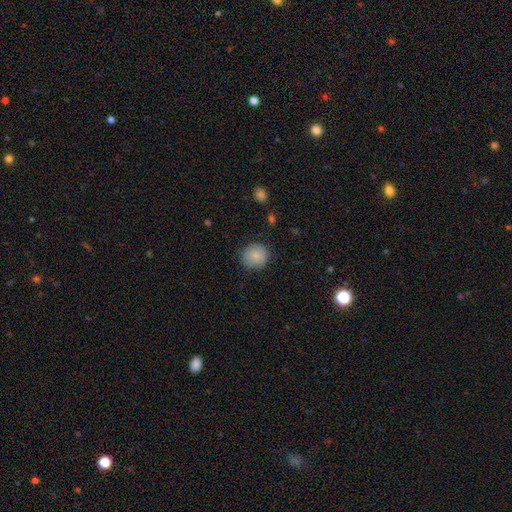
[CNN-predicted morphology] This is clearly a smooth galaxy (84%). How rounded: clearly round (90%). Merging: clearly none (83%).